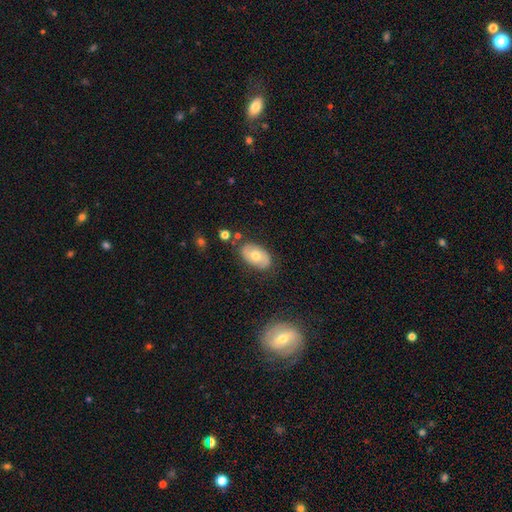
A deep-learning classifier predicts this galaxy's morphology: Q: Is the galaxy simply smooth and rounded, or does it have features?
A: smooth — 56%.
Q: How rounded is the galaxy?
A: in between — 91%.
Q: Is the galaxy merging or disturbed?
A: none — 78%.